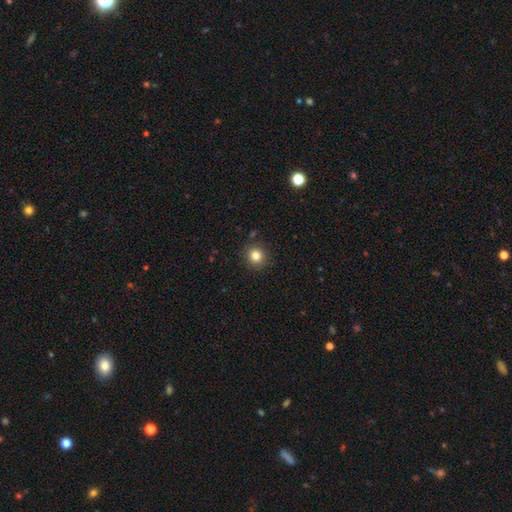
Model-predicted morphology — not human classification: This is clearly a smooth galaxy (82%). How rounded: clearly round (91%). Merging: clearly none (89%).